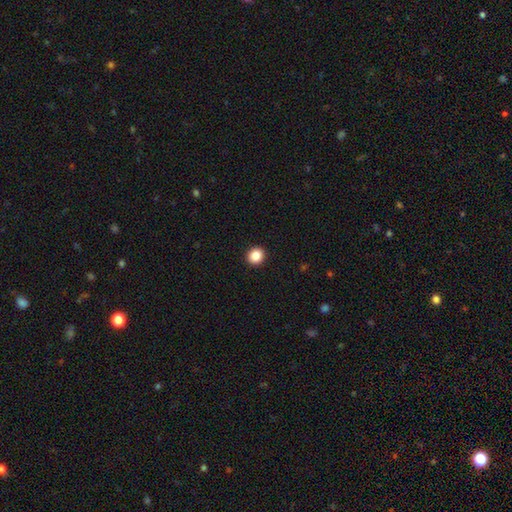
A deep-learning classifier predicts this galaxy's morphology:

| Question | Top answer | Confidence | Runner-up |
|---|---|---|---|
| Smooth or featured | smooth | 87% | star or artifact (10%) |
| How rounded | round | 85% | in between (14%) |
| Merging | none | 93% | minor disturbance (4%) |